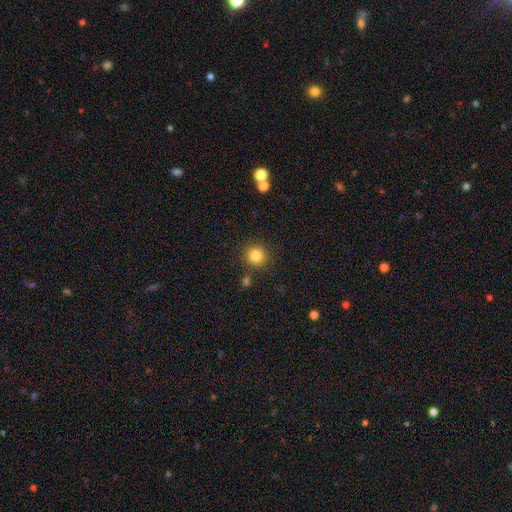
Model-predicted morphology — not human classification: Q: Smooth or featured?
A: smooth (84%); runner-up: star or artifact (11%)
Q: How rounded?
A: round (92%); runner-up: in between (7%)
Q: Merging?
A: none (84%); runner-up: minor disturbance (8%)